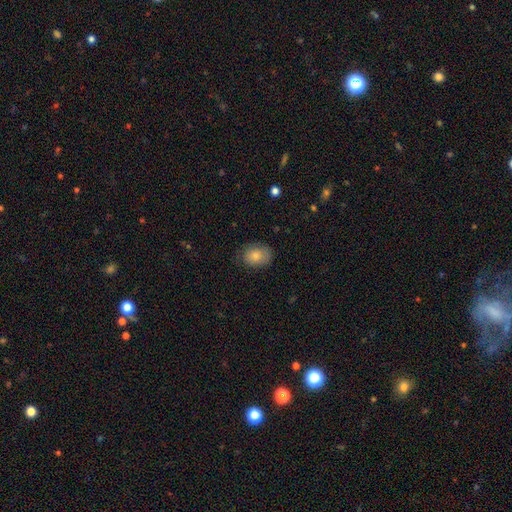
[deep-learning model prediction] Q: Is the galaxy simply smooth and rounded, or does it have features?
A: smooth — 82%.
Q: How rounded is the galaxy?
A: in between — 68%.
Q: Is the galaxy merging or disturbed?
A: none — 76%.